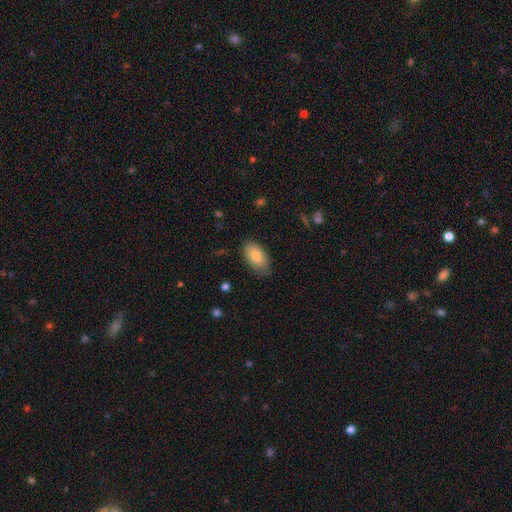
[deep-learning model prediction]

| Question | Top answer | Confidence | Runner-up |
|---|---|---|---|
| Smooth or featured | smooth | 83% | featured or disk (10%) |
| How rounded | in between | 94% | round (4%) |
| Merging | none | 81% | minor disturbance (15%) |